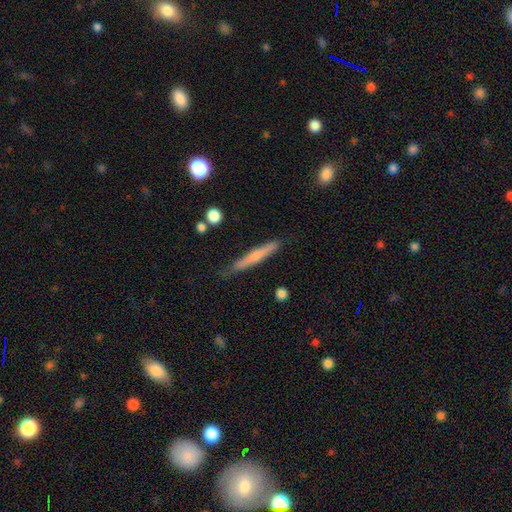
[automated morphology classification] smooth 54%, featured or disk 39%, star or artifact 6%. Down the decision tree: how rounded — cigar-shaped (95%); merging — none (82%).